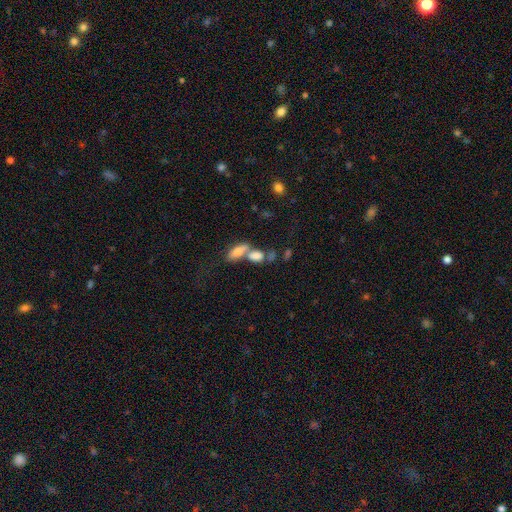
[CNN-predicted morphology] Smooth or featured?
  - smooth: 72% *
  - featured or disk: 17%
  - star or artifact: 11%
How rounded?
  - in between: 78% *
  - round: 12%
  - cigar-shaped: 10%
Merging?
  - merger: 59% *
  - none: 26%
  - minor disturbance: 9%
  - major disturbance: 6%